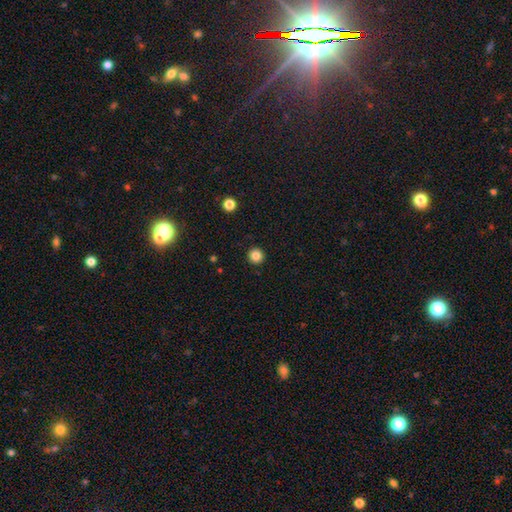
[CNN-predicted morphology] Smooth or featured? smooth (84%)
How rounded? round (96%)
Merging? none (93%)